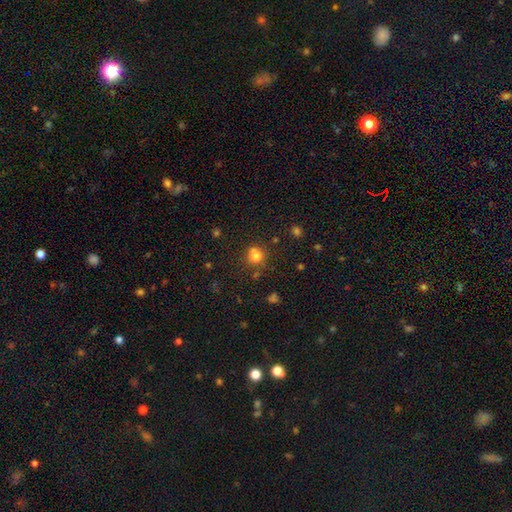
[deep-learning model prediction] Overall: smooth (73%). How rounded: round (85%). Merging: none (54%; merger 29%).